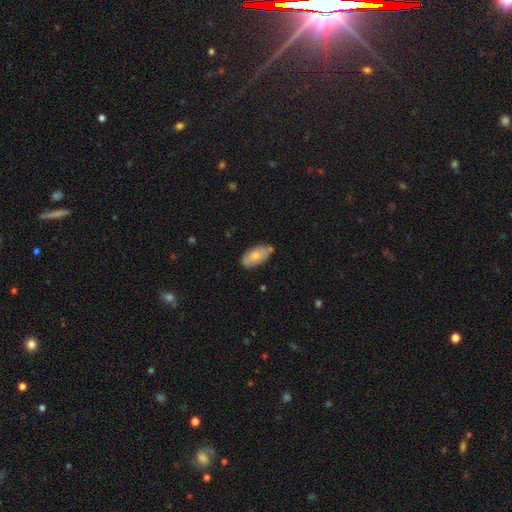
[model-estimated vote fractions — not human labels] Smooth or featured?
  - smooth: 71% *
  - featured or disk: 23%
  - star or artifact: 6%
How rounded?
  - in between: 94% *
  - cigar-shaped: 4%
  - round: 3%
Merging?
  - none: 72% *
  - minor disturbance: 20%
  - merger: 5%
  - major disturbance: 3%